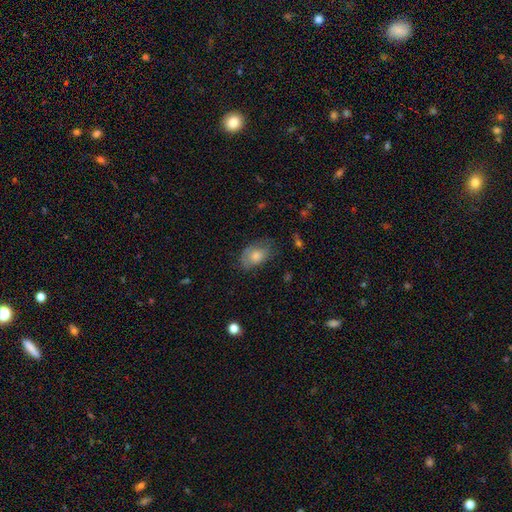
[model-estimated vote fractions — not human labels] Smooth or featured? smooth (63%)
How rounded? in between (83%)
Merging? none (65%)